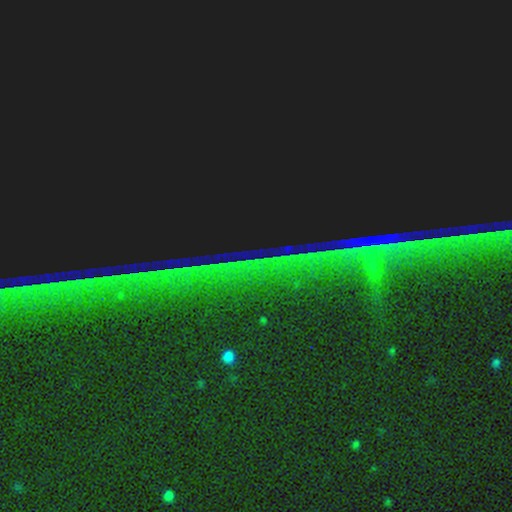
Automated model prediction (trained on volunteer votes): star or artifact 86%, featured or disk 7%, smooth 7%.